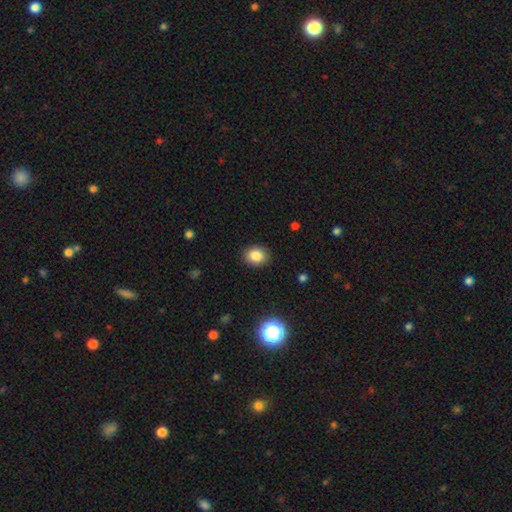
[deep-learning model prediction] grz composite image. It shows a smooth galaxy with no disk features (83%) that is round (60%). Merging: none (88%).